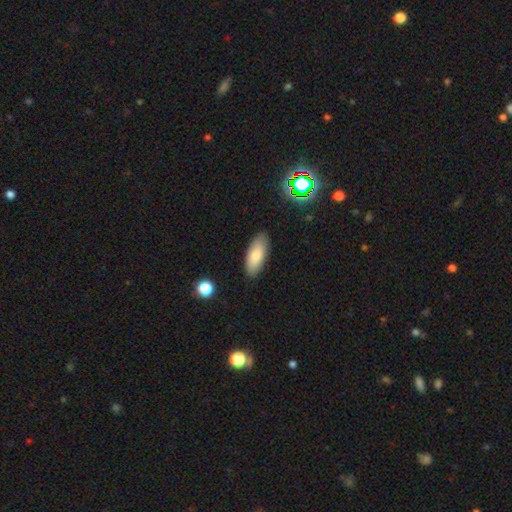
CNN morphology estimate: type=smooth (81%); roundness=in between (83%); merging=none (86%).